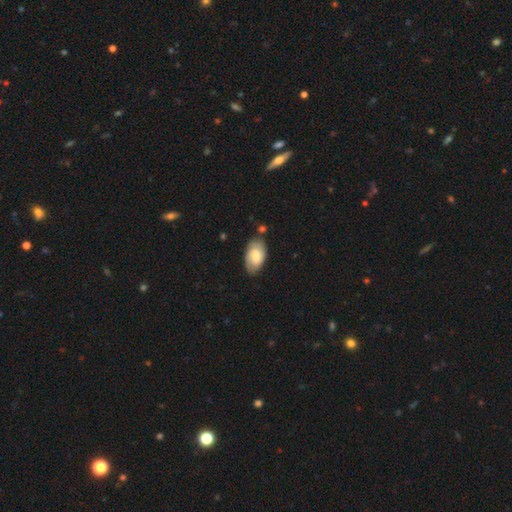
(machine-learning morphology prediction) smooth 62%, featured or disk 32%, star or artifact 6%. Down the decision tree: how rounded — in between (94%); merging — none (71%).